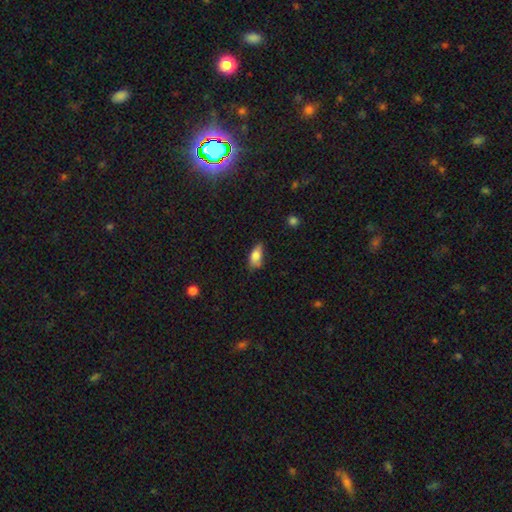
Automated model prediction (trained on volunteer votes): Morphology: type=smooth (77%); roundness=in between (84%); merging=none (57%).